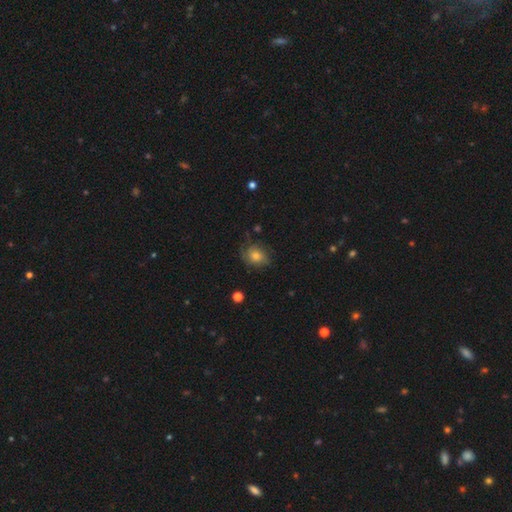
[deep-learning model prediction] smooth_or_featured: smooth (p=0.54) [alt: featured or disk p=0.33]
how_rounded: round (p=0.54) [alt: in between p=0.45]
merging: none (p=0.64) [alt: minor disturbance p=0.23]